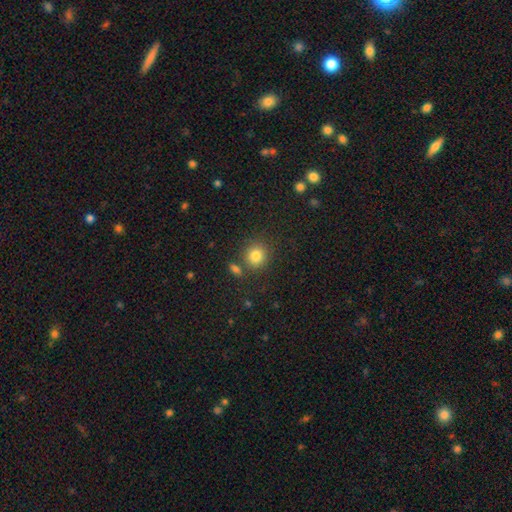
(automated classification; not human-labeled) smooth_or_featured: smooth (p=0.82) [alt: star or artifact p=0.12]
how_rounded: round (p=0.86) [alt: in between p=0.13]
merging: none (p=0.77) [alt: merger p=0.11]